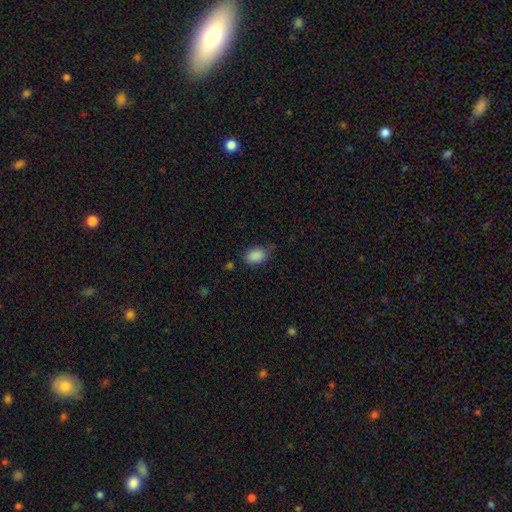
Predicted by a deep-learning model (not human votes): A smooth galaxy with no disk features (88%) that is in between round and cigar-shaped (84%).

Vote fractions:
- Smooth or featured? smooth: 88% / star or artifact: 9% / featured or disk: 4%
- How rounded? in between: 84% / round: 15% / cigar-shaped: 1%
- Merging? none: 65% / minor disturbance: 27% / major disturbance: 6% / merger: 2%